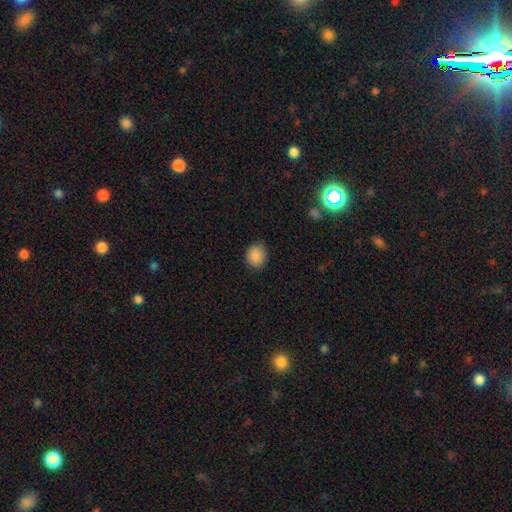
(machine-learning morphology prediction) The model was most divided on "how rounded": round: 61%, in between: 38%, cigar-shaped: 1%. More confident: smooth or featured — smooth (88%); merging — none (84%).